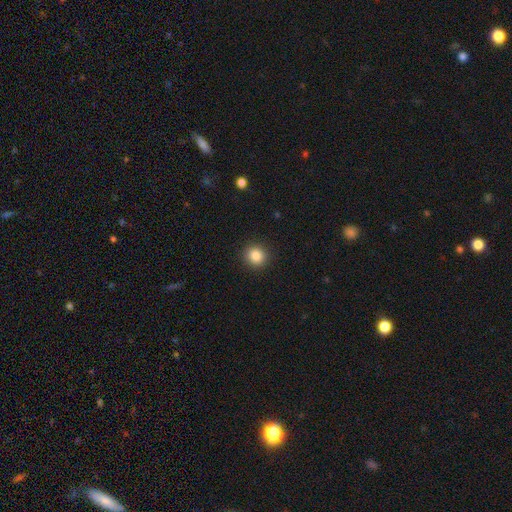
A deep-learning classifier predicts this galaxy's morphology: type=smooth (86%); roundness=round (91%); merging=none (92%).